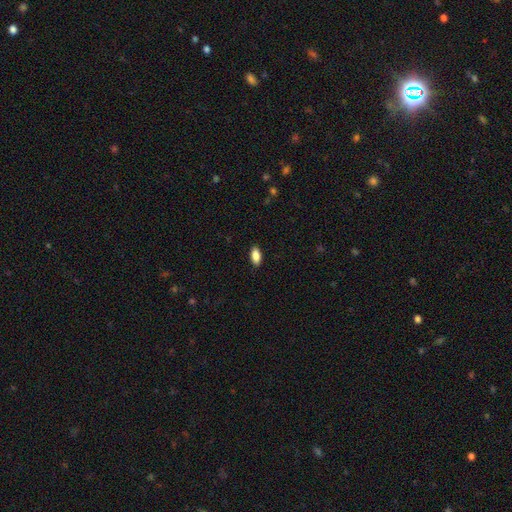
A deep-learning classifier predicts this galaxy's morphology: smooth 88%, star or artifact 7%, featured or disk 5%. Down the decision tree: how rounded — in between (89%); merging — none (89%).